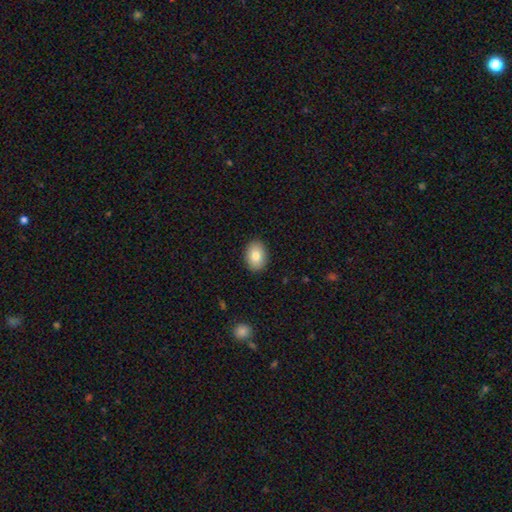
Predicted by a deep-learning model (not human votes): This is clearly a smooth galaxy (83%). How rounded: likely in between (79%). Merging: clearly none (89%).